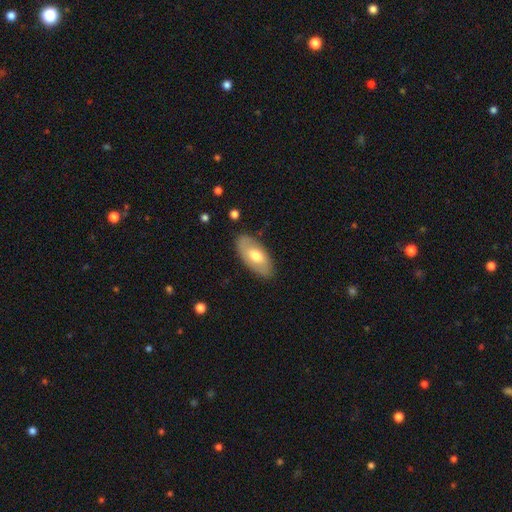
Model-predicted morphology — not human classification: Q: Smooth or featured?
A: smooth (59%); runner-up: featured or disk (35%)
Q: How rounded?
A: in between (92%); runner-up: cigar-shaped (5%)
Q: Merging?
A: none (83%); runner-up: minor disturbance (13%)